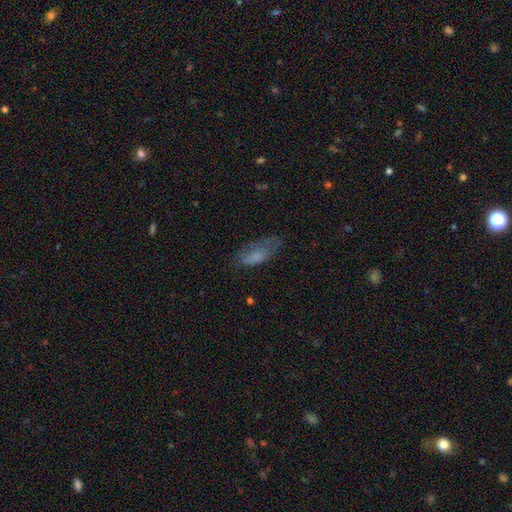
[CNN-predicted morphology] smooth_or_featured: smooth (p=0.68) [alt: featured or disk p=0.22]
how_rounded: in between (p=0.81) [alt: cigar-shaped p=0.16]
merging: none (p=0.49) [alt: minor disturbance p=0.29]